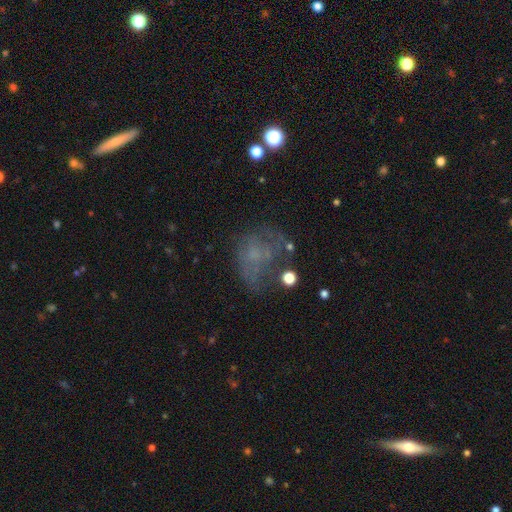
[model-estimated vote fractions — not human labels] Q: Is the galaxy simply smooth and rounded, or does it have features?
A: featured or disk — 41%.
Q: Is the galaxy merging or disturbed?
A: major disturbance — 36%, tied with none.